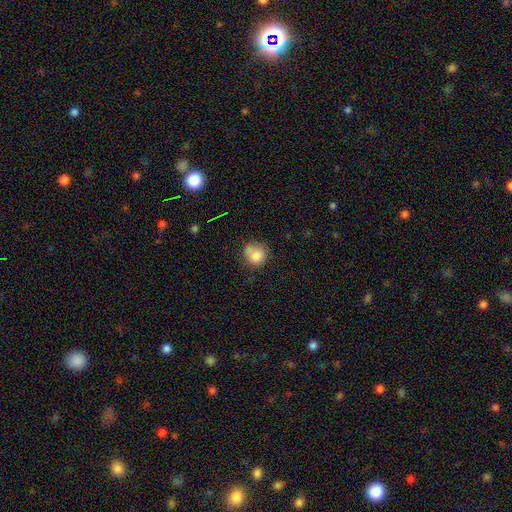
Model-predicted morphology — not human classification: Q: Smooth or featured?
A: smooth (79%); runner-up: featured or disk (12%)
Q: How rounded?
A: round (82%); runner-up: in between (17%)
Q: Merging?
A: none (55%); runner-up: minor disturbance (24%)